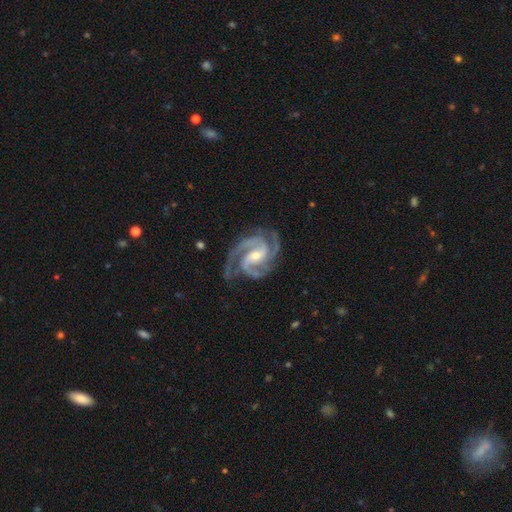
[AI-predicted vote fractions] Q: Smooth or featured?
A: featured or disk (94%); runner-up: star or artifact (3%)
Q: Edge-on disk?
A: no (98%); runner-up: yes (2%)
Q: Bar?
A: weak (40%); runner-up: strong (31%)
Q: Spiral arms?
A: yes (99%); runner-up: no (1%)
Q: Spiral winding?
A: tight (48%); runner-up: medium (47%)
Q: Spiral arm count?
A: 3 (56%); runner-up: 2 (28%)
Q: Bulge size?
A: small (54%); runner-up: moderate (43%)
Q: Merging?
A: none (76%); runner-up: minor disturbance (16%)